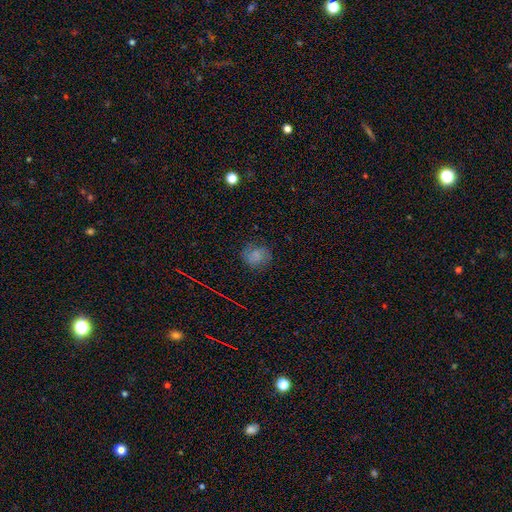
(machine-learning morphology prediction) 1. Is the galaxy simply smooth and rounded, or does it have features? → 68% smooth, 18% star or artifact, 14% featured or disk.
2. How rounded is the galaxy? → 70% round, 29% in between, 1% cigar-shaped.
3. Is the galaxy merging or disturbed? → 73% none, 19% minor disturbance, 7% major disturbance, 1% merger.